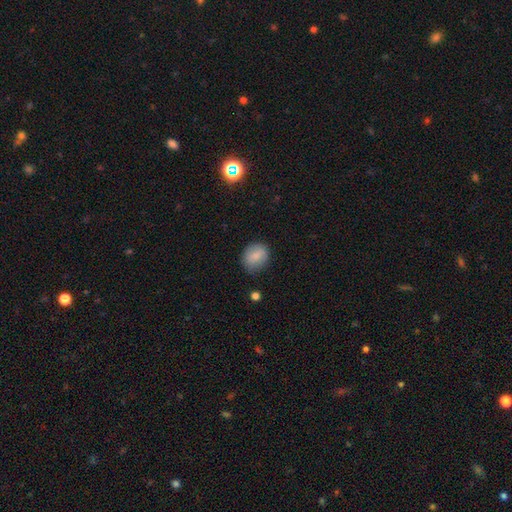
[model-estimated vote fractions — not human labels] smooth 81%, featured or disk 11%, star or artifact 8%. Down the decision tree: how rounded — round (54%); merging — none (78%).